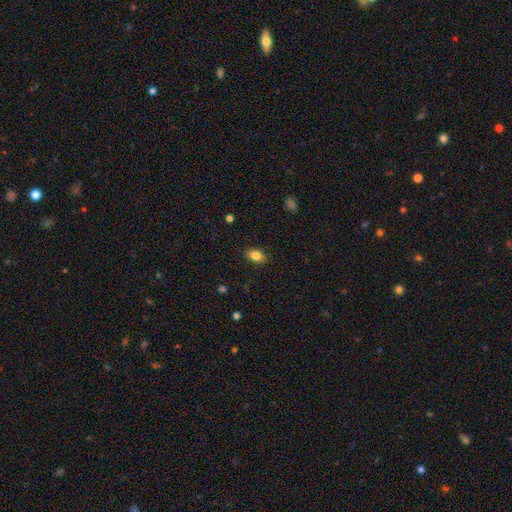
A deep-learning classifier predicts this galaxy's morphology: A smooth galaxy with no disk features (84%) that is in between round and cigar-shaped (80%). Merging: none (87%).